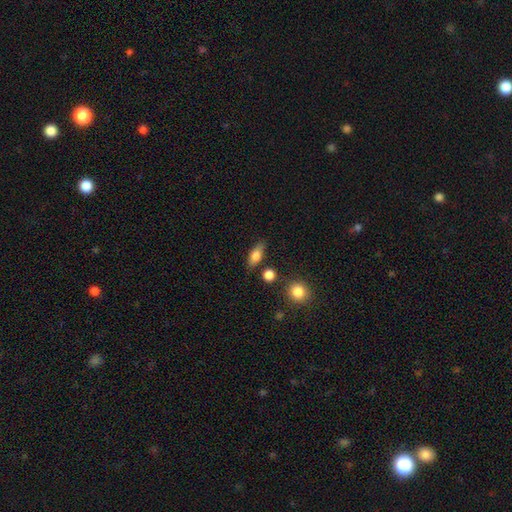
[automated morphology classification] Overall: smooth (75%). How rounded: in between (75%). Merging: none (77%).